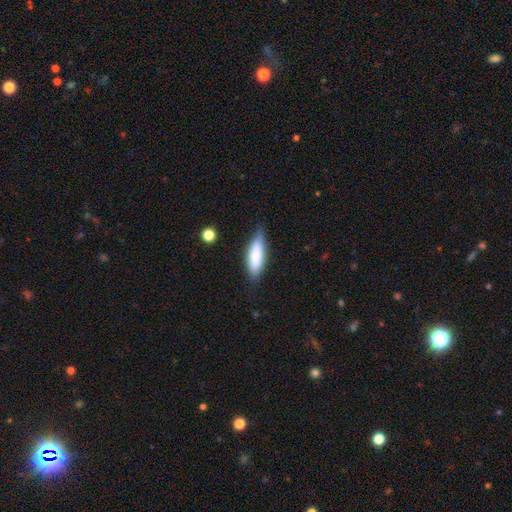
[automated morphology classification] type=smooth (78%); roundness=in between (55%); merging=none (73%).